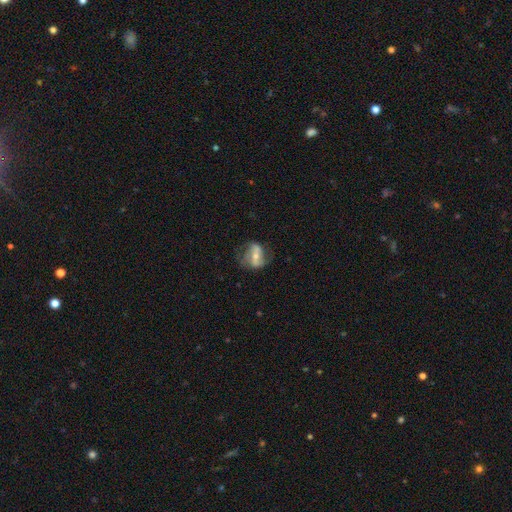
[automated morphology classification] The model was most divided on "spiral winding": medium: 41%, loose: 40%, tight: 19%. Remaining: edge-on disk — no (94%); spiral arm count — 2 (81%); spiral arms — yes (79%); smooth or featured — featured or disk (70%); merging — none (60%); bulge size — moderate (53%); bar — strong (45%).